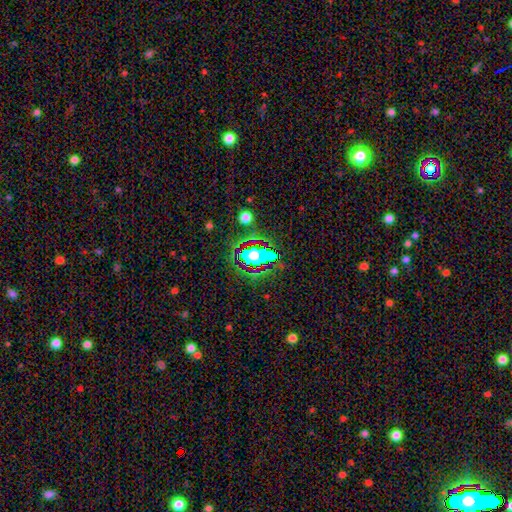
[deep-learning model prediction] Morphology: type=star or artifact (53%).